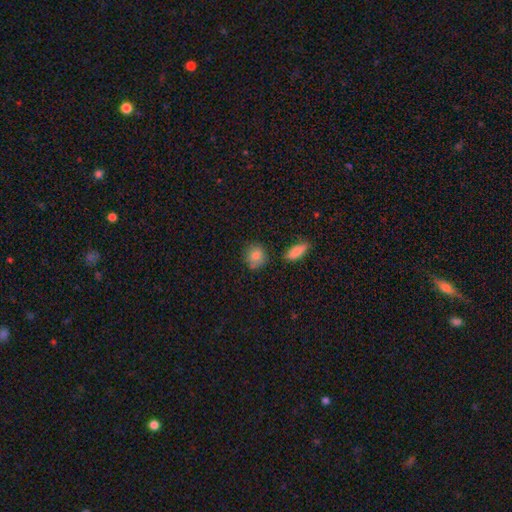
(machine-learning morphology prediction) Q: Smooth or featured?
A: smooth (83%); runner-up: featured or disk (9%)
Q: How rounded?
A: round (74%); runner-up: in between (24%)
Q: Merging?
A: none (75%); runner-up: minor disturbance (16%)